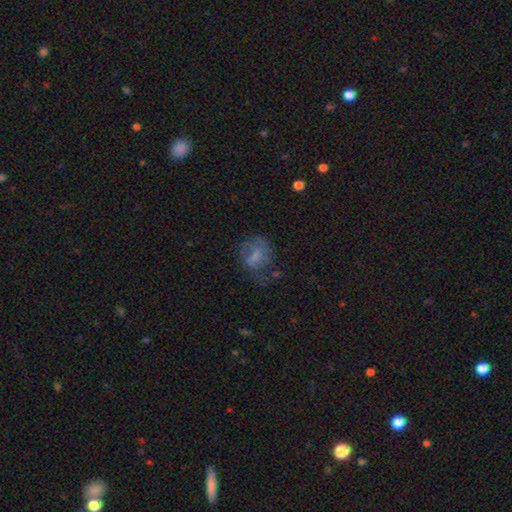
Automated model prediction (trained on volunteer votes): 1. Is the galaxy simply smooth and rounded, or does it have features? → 49% smooth, 38% featured or disk, 12% star or artifact.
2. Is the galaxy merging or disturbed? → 39% none, 32% major disturbance, 25% minor disturbance, 3% merger.